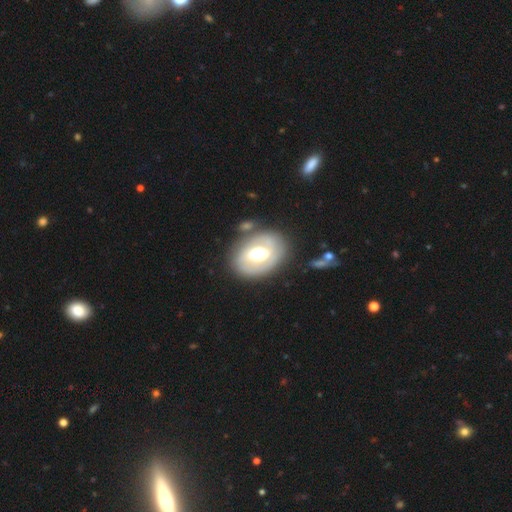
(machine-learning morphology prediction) Smooth or featured? Predicted: featured or disk (p=0.49). Merging? Predicted: none (p=0.78).